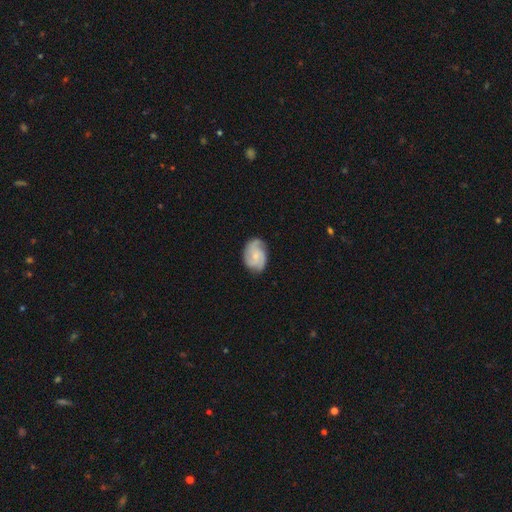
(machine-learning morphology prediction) Smooth or featured? featured or disk (68%)
Edge-on disk? no (98%)
Bar? no (72%)
Spiral arms? yes (94%)
Spiral winding? medium (45%)
Spiral arm count? 3 (47%)
Bulge size? small (65%)
Merging? none (70%)